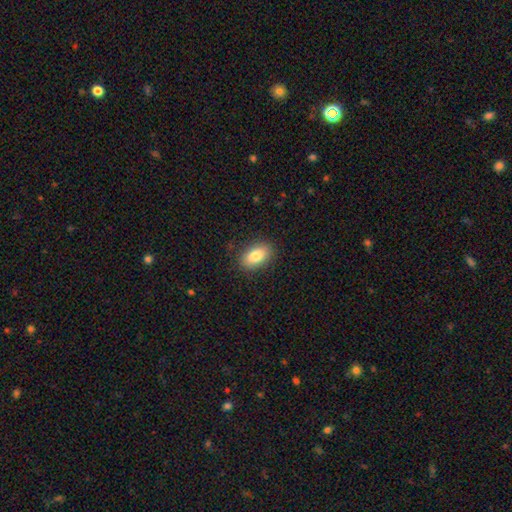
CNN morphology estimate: smooth-or-featured: smooth: 83% | featured or disk: 10% | star or artifact: 7%
  how-rounded: in between: 91% | round: 6% | cigar-shaped: 3%
  merging: none: 87% | minor disturbance: 10% | major disturbance: 3% | merger: 1%